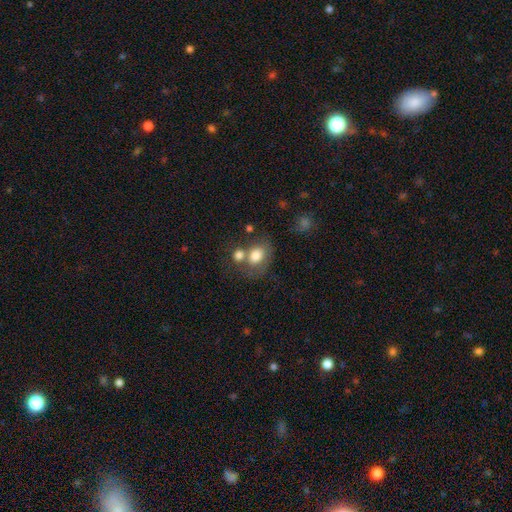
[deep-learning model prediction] The model was most divided on "merging" (2-way tie): none: 40%, merger: 40%, minor disturbance: 13%, major disturbance: 8%. More confident: smooth or featured — smooth (78%); how rounded — in between (50%).